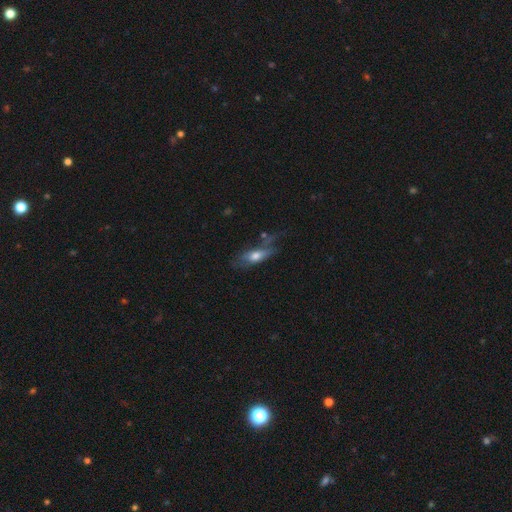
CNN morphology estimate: The model was most divided on "merging": none: 42%, minor disturbance: 27%, major disturbance: 23%, merger: 8%. More confident: how rounded — in between (62%); smooth or featured — smooth (54%).